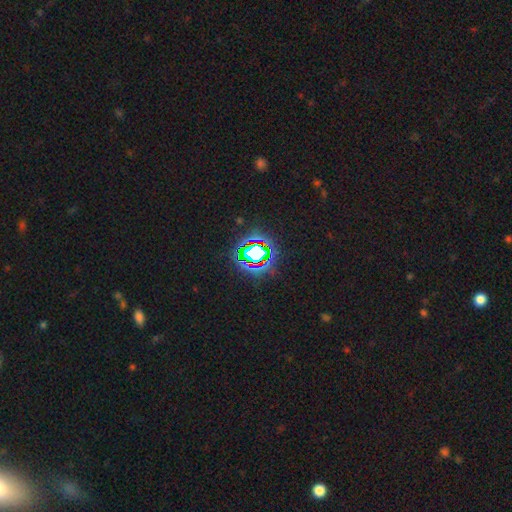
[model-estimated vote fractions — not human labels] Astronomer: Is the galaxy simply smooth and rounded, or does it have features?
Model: star or artifact — 76%.